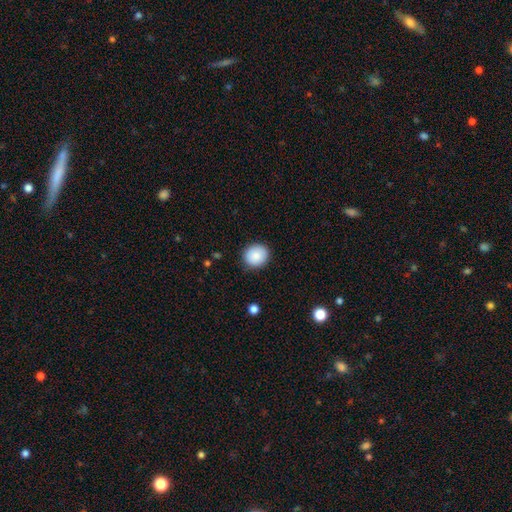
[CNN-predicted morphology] smooth_or_featured: smooth (p=0.88) [alt: star or artifact p=0.07]
how_rounded: round (p=0.85) [alt: in between p=0.14]
merging: none (p=0.88) [alt: minor disturbance p=0.08]